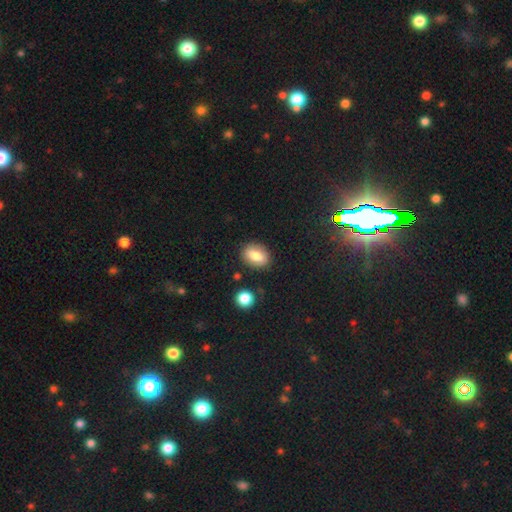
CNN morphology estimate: This is clearly a smooth galaxy (81%). How rounded: clearly in between (81%). Merging: clearly none (84%).